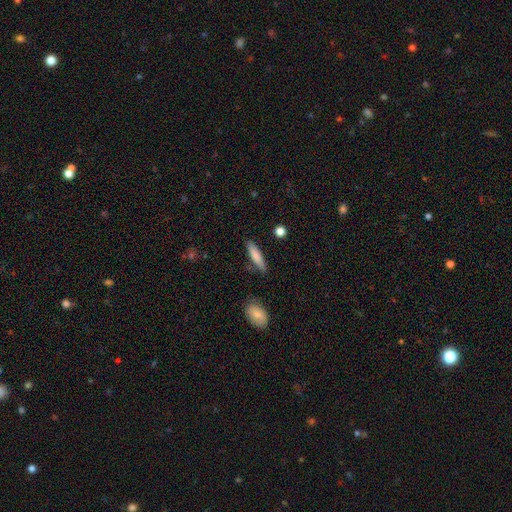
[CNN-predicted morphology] smooth-or-featured: smooth: 79% | featured or disk: 15% | star or artifact: 6%
  how-rounded: cigar-shaped: 77% | in between: 22% | round: 2%
  merging: none: 83% | minor disturbance: 12% | merger: 3% | major disturbance: 3%